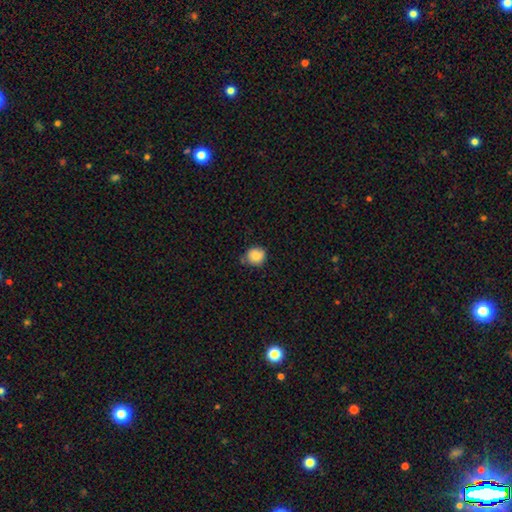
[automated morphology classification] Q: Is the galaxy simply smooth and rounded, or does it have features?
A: smooth — 86%.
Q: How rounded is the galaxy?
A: round — 84%.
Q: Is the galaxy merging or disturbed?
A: none — 71%.